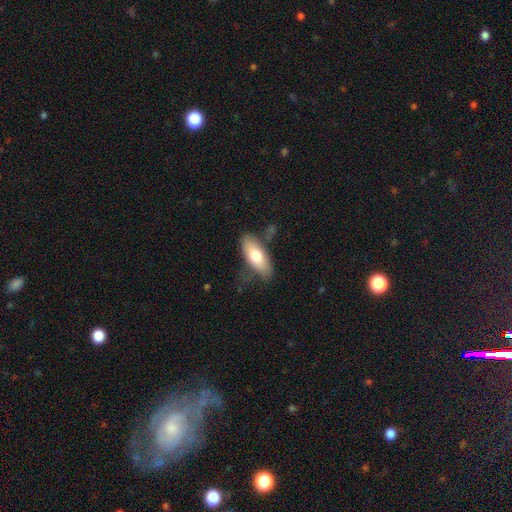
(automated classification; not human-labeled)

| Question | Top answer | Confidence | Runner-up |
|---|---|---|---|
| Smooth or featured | smooth | 70% | featured or disk (24%) |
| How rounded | in between | 78% | cigar-shaped (20%) |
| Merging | none | 69% | minor disturbance (20%) |